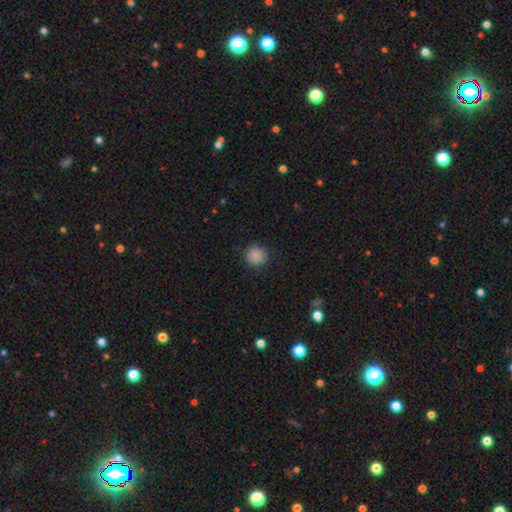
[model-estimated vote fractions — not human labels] This is clearly a smooth galaxy (87%). How rounded: clearly round (89%). Merging: clearly none (85%).